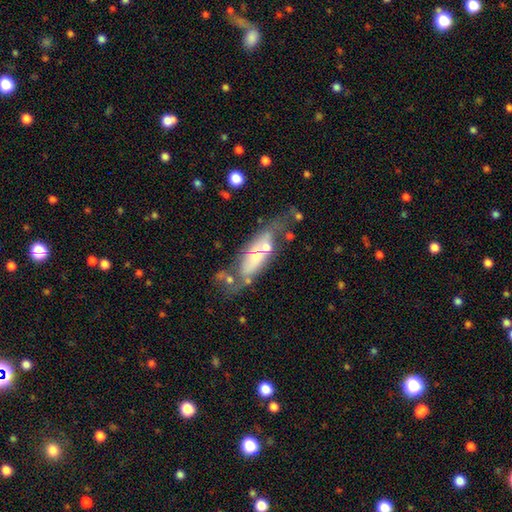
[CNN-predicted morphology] This is possibly a featured or disk galaxy (57%). It is likely not viewed edge-on (73%). Merging: marginally none (44%).